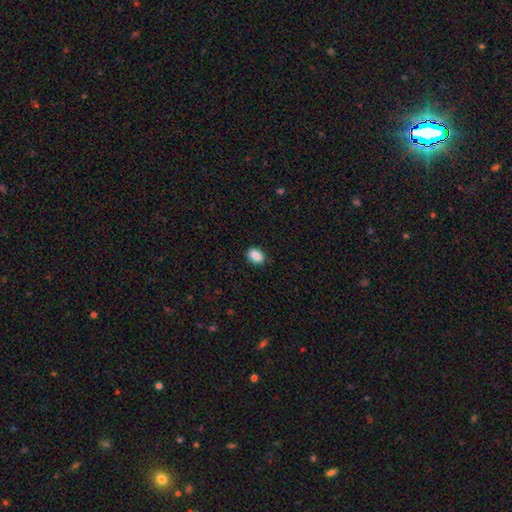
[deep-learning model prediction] smooth_or_featured: smooth (p=0.89) [alt: star or artifact p=0.08]
how_rounded: in between (p=0.86) [alt: round p=0.12]
merging: none (p=0.88) [alt: minor disturbance p=0.09]